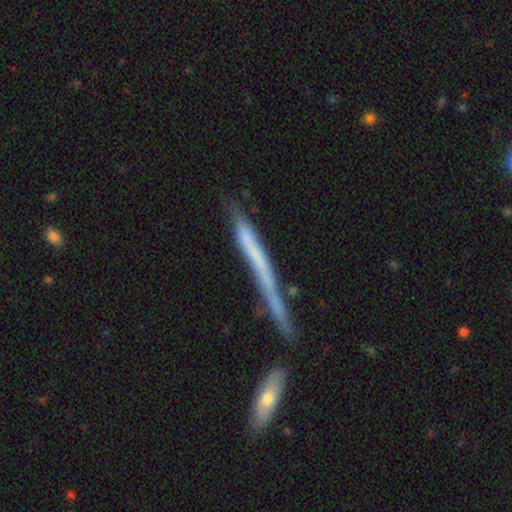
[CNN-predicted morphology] Smooth or featured: featured or disk — 47% (smooth — 45%)
Merging: none — 58% (minor disturbance — 22%)